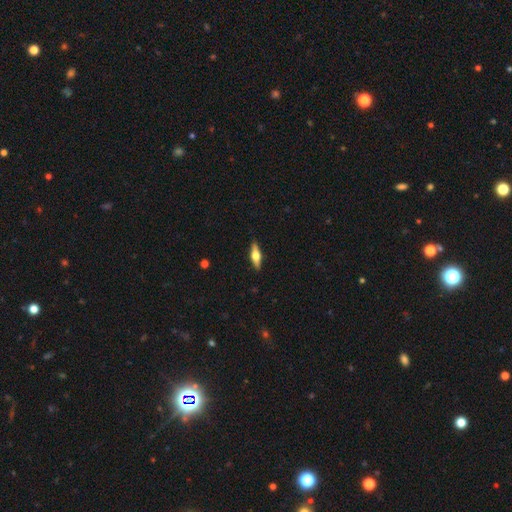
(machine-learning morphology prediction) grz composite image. It shows a featured or disk galaxy (55%) viewed edge-on (94%) with a rounded central bulge (93%). Merging: none (89%).